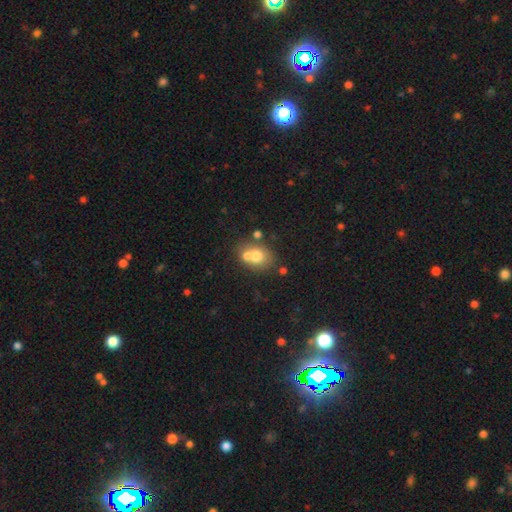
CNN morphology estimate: Smooth or featured? smooth (68%)
How rounded? round (53%)
Merging? none (46%)